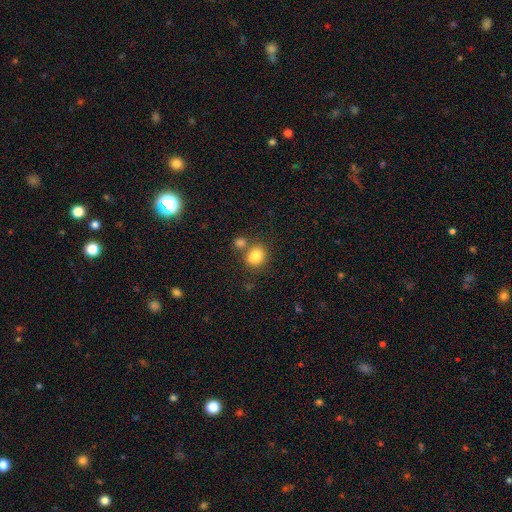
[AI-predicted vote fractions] The model was most divided on "how rounded": round: 60%, in between: 39%, cigar-shaped: 1%. More confident: smooth or featured — smooth (82%); merging — none (56%).